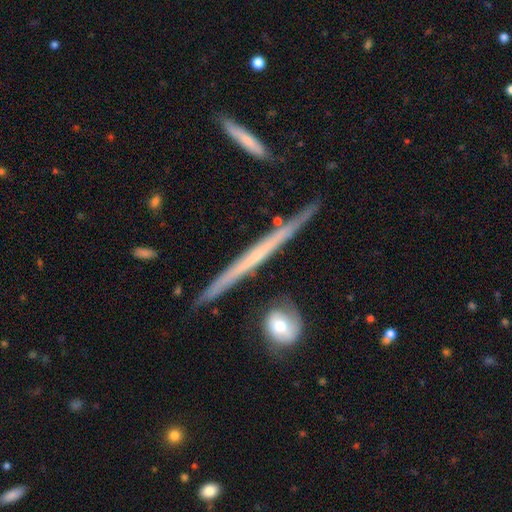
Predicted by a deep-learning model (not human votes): Smooth or featured?
  - featured or disk: 69% *
  - smooth: 25%
  - star or artifact: 6%
Edge-on disk?
  - yes: 95% *
  - no: 5%
Edge-on bulge?
  - none: 83% *
  - rounded: 13%
  - boxy: 5%
Merging?
  - none: 85% *
  - minor disturbance: 11%
  - merger: 3%
  - major disturbance: 2%